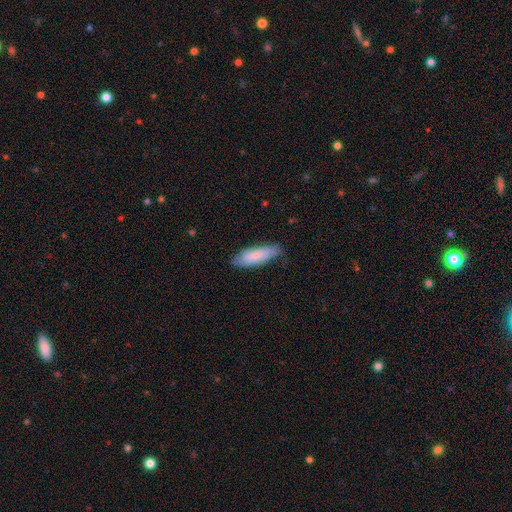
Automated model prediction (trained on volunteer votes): The model was most divided on "how rounded": in between: 54%, cigar-shaped: 44%, round: 2%. More confident: smooth or featured — smooth (72%); merging — none (67%).